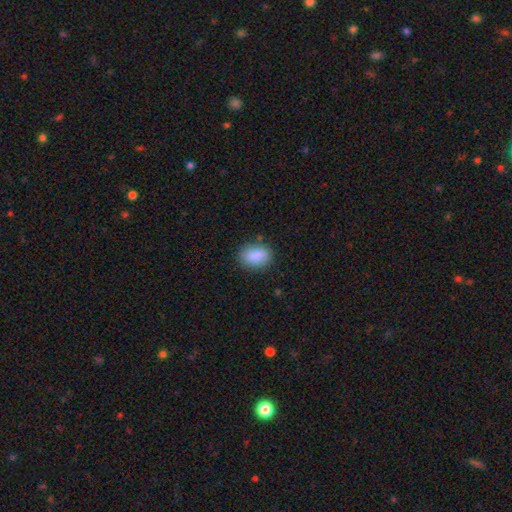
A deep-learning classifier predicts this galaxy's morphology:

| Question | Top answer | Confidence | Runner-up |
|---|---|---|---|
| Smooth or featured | smooth | 88% | star or artifact (8%) |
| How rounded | in between | 79% | round (20%) |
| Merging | none | 80% | minor disturbance (14%) |